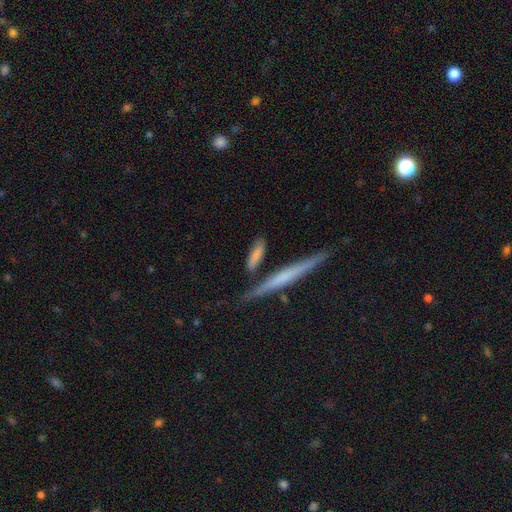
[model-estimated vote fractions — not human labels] The model was most divided on "how rounded": cigar-shaped: 68%, in between: 29%, round: 3%. More confident: smooth or featured — smooth (75%); merging — none (71%).